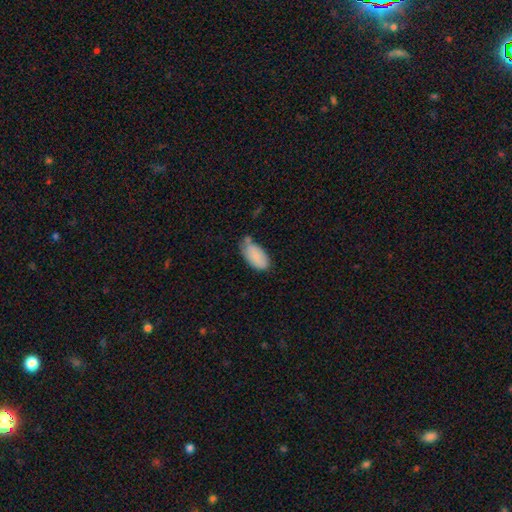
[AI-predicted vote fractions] Morphology: type=smooth (85%); roundness=in between (94%); merging=none (47%).